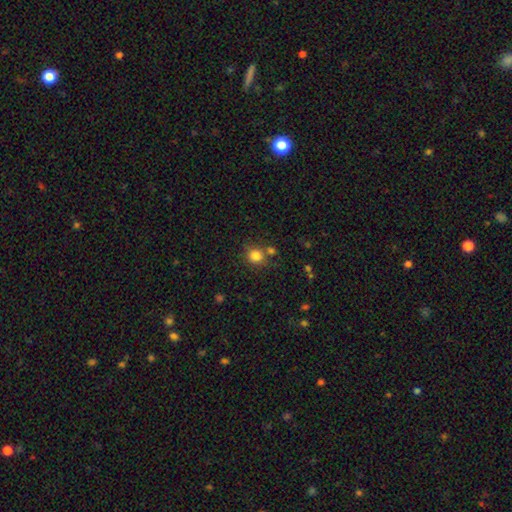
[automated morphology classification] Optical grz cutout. It shows a smooth galaxy with no disk features (82%) that is round (86%). Merging: none (71%).